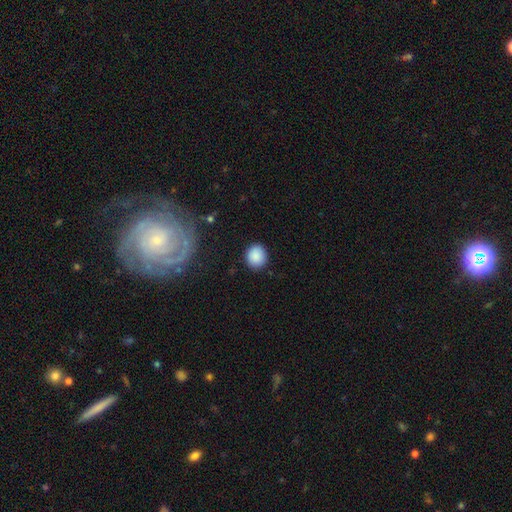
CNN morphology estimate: smooth-or-featured: smooth: 88% | star or artifact: 8% | featured or disk: 4%
  how-rounded: round: 83% | in between: 16% | cigar-shaped: 1%
  merging: none: 88% | minor disturbance: 8% | major disturbance: 2% | merger: 1%